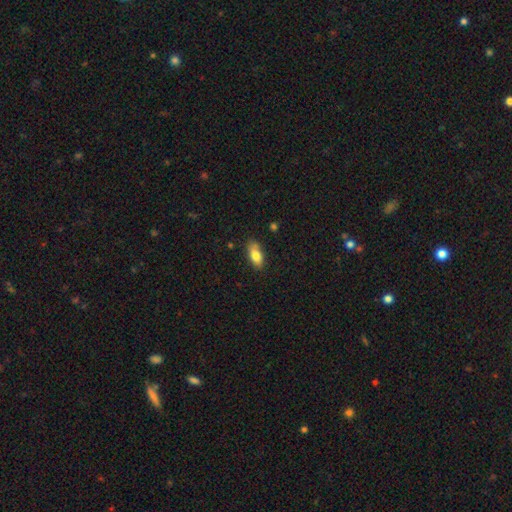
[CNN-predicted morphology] This appears to be a smooth galaxy with no disk features (81%) that is in between round and cigar-shaped (87%). Merging: none (73%).